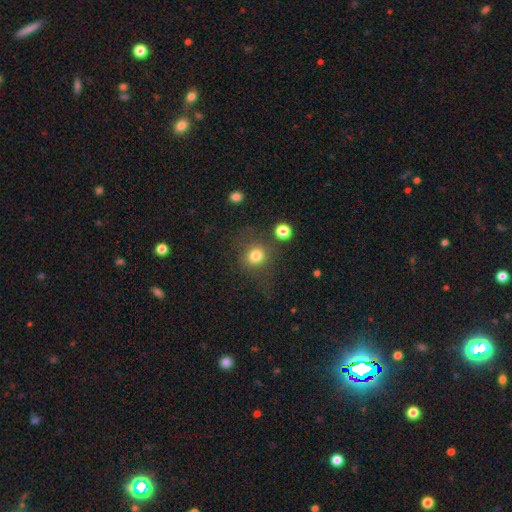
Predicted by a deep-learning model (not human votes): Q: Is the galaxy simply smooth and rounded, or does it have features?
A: smooth — 79%.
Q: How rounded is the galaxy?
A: round — 84%.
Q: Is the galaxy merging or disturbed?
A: none — 73%.